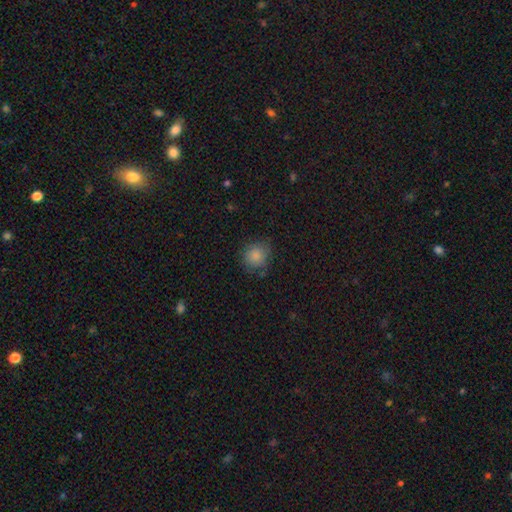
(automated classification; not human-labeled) Smooth or featured?
  - smooth: 84% *
  - star or artifact: 10%
  - featured or disk: 6%
How rounded?
  - round: 83% *
  - in between: 16%
  - cigar-shaped: 1%
Merging?
  - none: 76% *
  - minor disturbance: 18%
  - major disturbance: 5%
  - merger: 2%